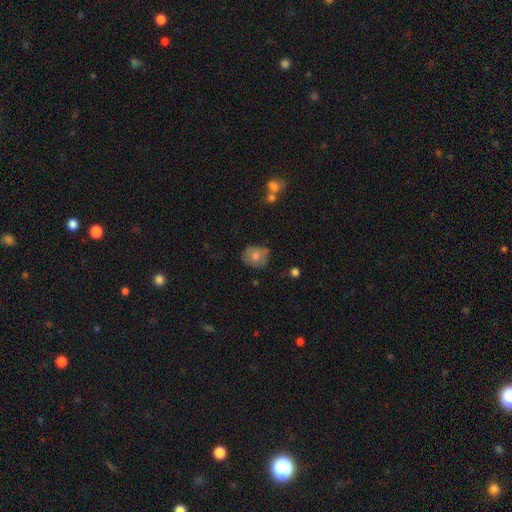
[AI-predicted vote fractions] Smooth or featured?
  - smooth: 64% *
  - featured or disk: 27%
  - star or artifact: 9%
How rounded?
  - round: 70% *
  - in between: 29%
  - cigar-shaped: 1%
Merging?
  - none: 69% *
  - minor disturbance: 22%
  - major disturbance: 6%
  - merger: 3%